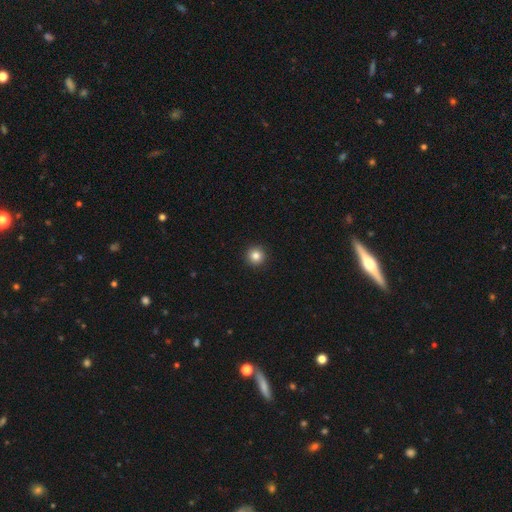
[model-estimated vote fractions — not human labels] Overall: smooth (84%). How rounded: round (96%). Merging: none (93%).